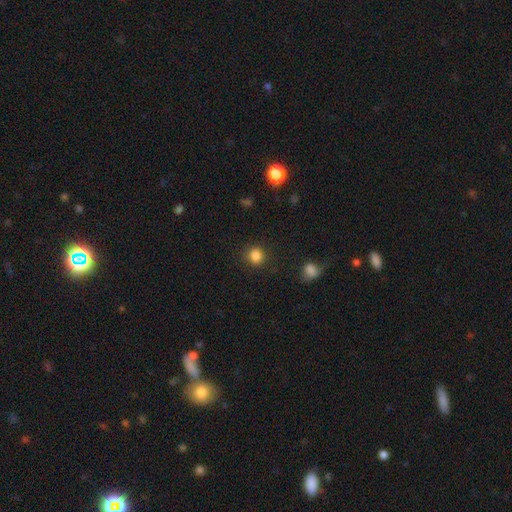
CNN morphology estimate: Smooth or featured?
  - smooth: 85% *
  - star or artifact: 11%
  - featured or disk: 4%
How rounded?
  - round: 86% *
  - in between: 13%
  - cigar-shaped: 1%
Merging?
  - none: 87% *
  - minor disturbance: 8%
  - major disturbance: 3%
  - merger: 2%